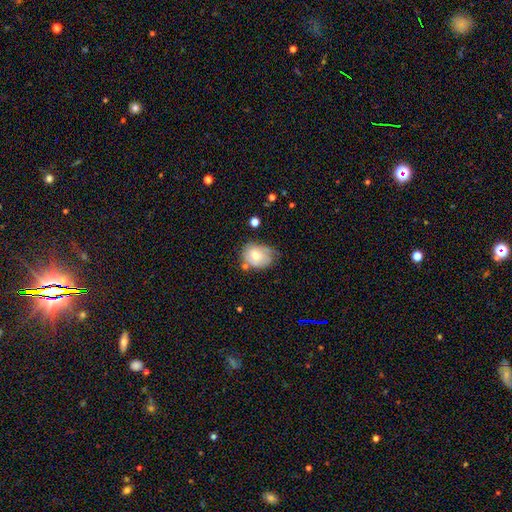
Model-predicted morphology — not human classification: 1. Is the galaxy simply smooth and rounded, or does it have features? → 56% smooth, 36% featured or disk, 8% star or artifact.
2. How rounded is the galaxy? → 52% in between, 47% round, 1% cigar-shaped.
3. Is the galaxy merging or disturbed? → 44% none, 35% minor disturbance, 13% major disturbance, 8% merger.